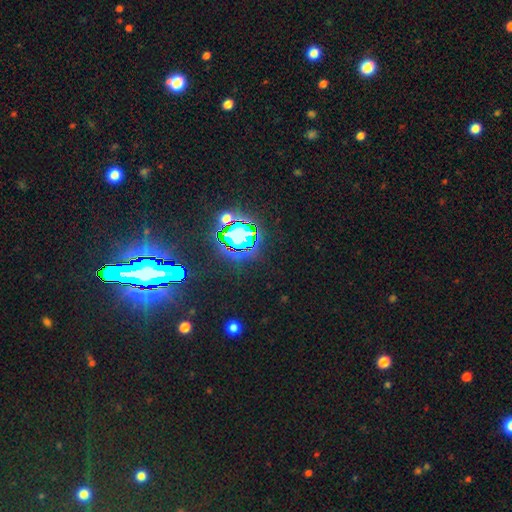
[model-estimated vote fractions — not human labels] A star or artifact, not a galaxy (85%).

Vote fractions:
- Smooth or featured? star or artifact: 85% / smooth: 8% / featured or disk: 7%